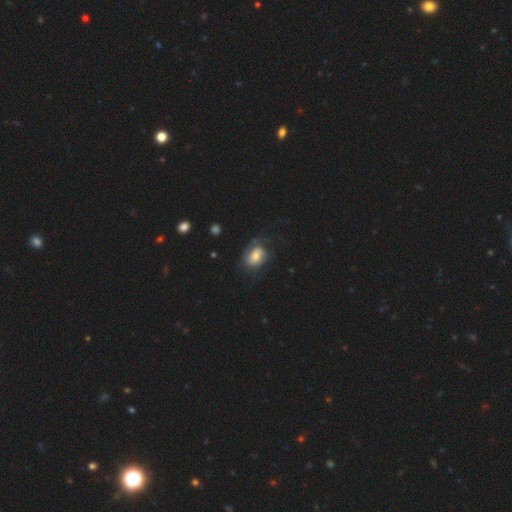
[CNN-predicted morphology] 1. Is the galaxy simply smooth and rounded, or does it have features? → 51% featured or disk, 40% smooth, 8% star or artifact.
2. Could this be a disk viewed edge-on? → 96% no, 4% yes.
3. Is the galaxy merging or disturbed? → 51% none, 24% minor disturbance, 23% major disturbance, 2% merger.